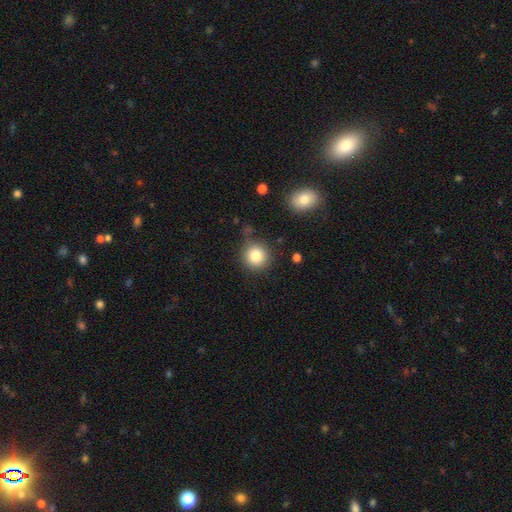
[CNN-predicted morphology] This is clearly a smooth galaxy (83%). How rounded: clearly round (93%). Merging: likely none (78%).